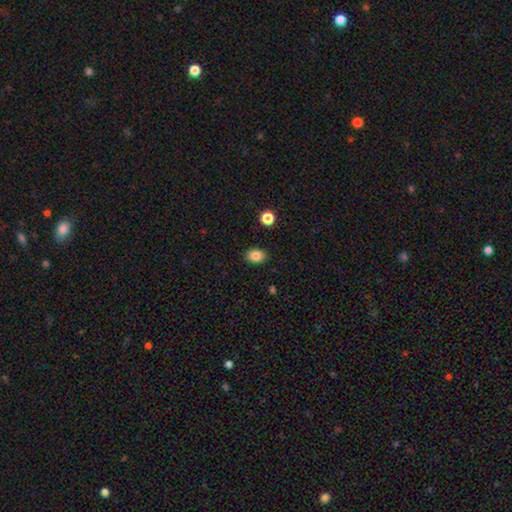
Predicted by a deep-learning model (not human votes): Morphology: type=smooth (85%); roundness=in between (74%); merging=none (88%).